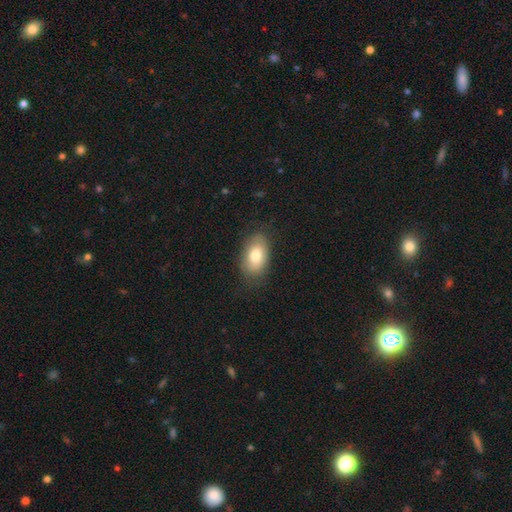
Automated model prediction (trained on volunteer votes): Smooth or featured? smooth (80%)
How rounded? in between (91%)
Merging? none (79%)